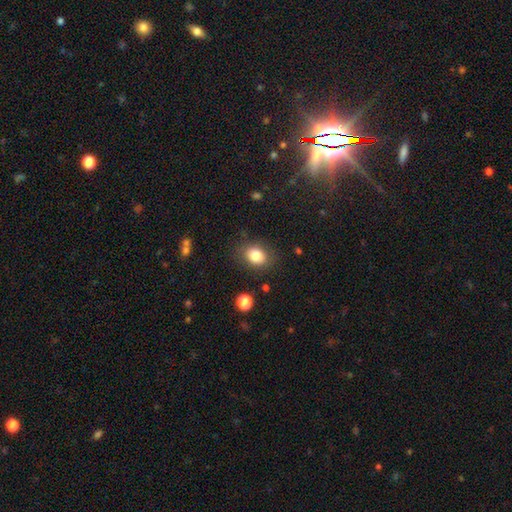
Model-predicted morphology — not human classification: smooth_or_featured: smooth (p=0.83) [alt: star or artifact p=0.10]
how_rounded: in between (p=0.55) [alt: round p=0.44]
merging: none (p=0.82) [alt: minor disturbance p=0.12]